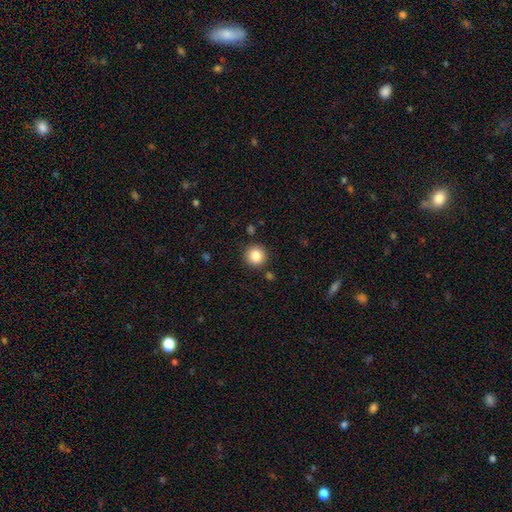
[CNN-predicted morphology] Smooth or featured: smooth — 85% (star or artifact — 10%)
How rounded: round — 95% (in between — 5%)
Merging: none — 90% (minor disturbance — 6%)